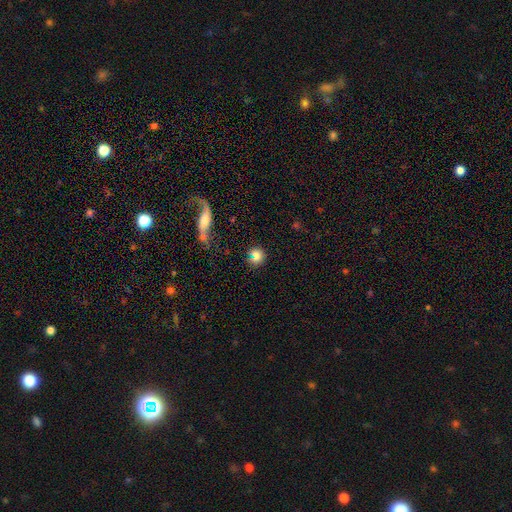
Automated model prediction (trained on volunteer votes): Smooth or featured? Predicted: smooth (p=0.79). How rounded? Predicted: round (p=0.87). Merging? Predicted: none (p=0.74).